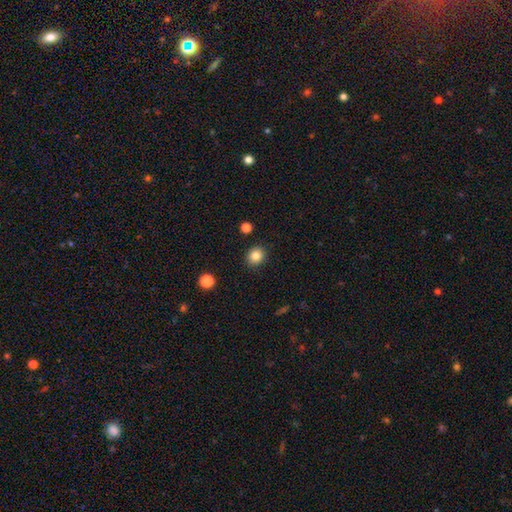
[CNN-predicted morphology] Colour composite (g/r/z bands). It shows a smooth galaxy with no disk features (84%) that is round (77%). Merging: none (90%).